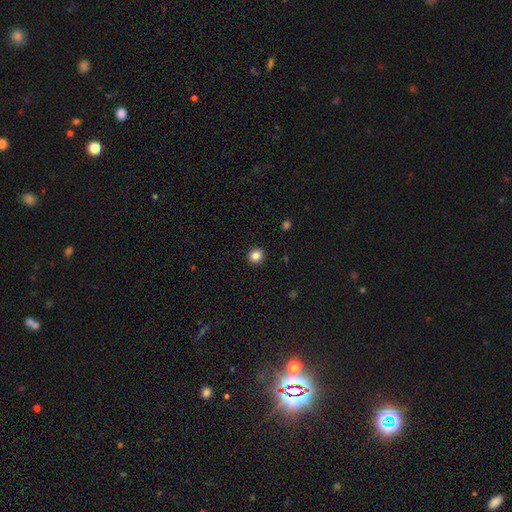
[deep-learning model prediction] A smooth galaxy with no disk features (85%) that is round (88%). Merging: none (93%).